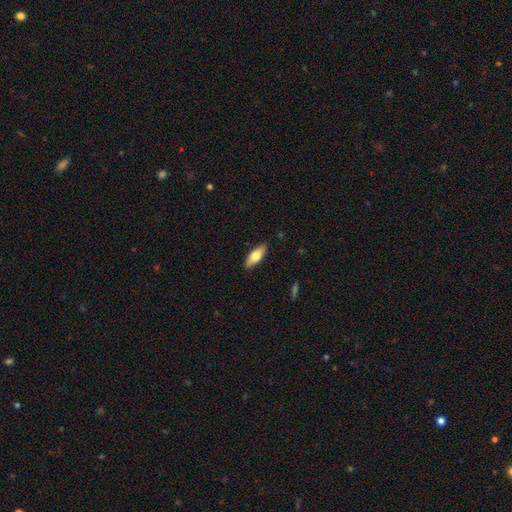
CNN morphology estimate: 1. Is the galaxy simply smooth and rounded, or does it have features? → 70% smooth, 25% featured or disk, 6% star or artifact.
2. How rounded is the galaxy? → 70% in between, 28% cigar-shaped, 2% round.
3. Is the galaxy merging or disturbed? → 88% none, 9% minor disturbance, 2% major disturbance, 1% merger.